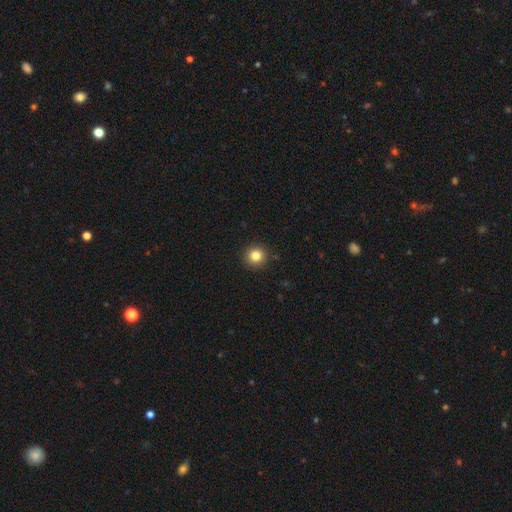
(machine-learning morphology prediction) The model was most divided on "smooth or featured": smooth: 83%, star or artifact: 12%, featured or disk: 6%. More confident: how rounded — round (94%); merging — none (92%).